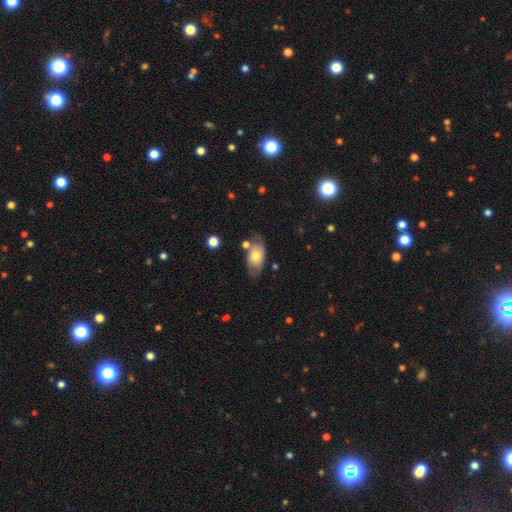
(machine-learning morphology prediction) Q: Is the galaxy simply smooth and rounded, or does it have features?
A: smooth — 60%.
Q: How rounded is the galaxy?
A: in between — 90%.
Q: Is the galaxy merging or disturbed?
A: none — 60%.